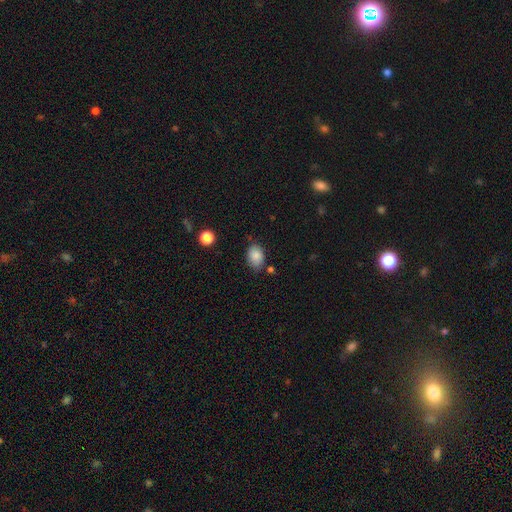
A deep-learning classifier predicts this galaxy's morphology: A smooth galaxy with no disk features (86%) that is in between round and cigar-shaped (81%). Merging: none (75%).